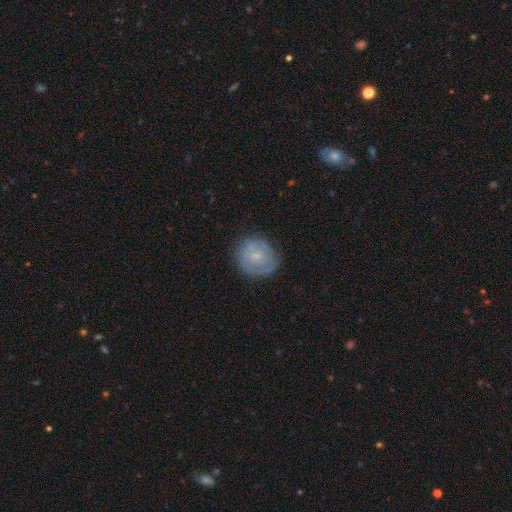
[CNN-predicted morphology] smooth 51%, featured or disk 41%, star or artifact 8%. Down the decision tree: how rounded — round (82%); merging — none (71%).